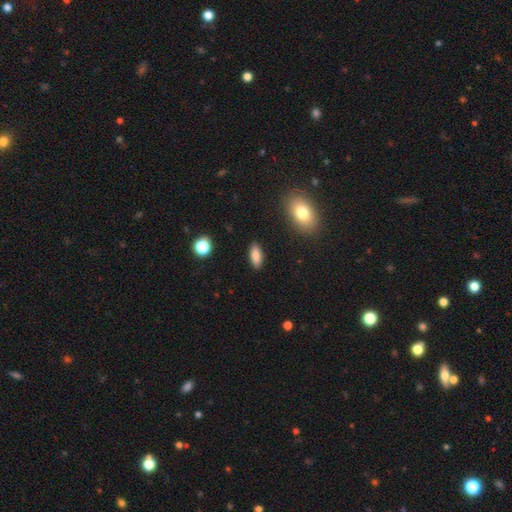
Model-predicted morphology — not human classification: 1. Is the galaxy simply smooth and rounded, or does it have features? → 86% smooth, 8% star or artifact, 7% featured or disk.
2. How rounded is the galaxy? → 82% in between, 15% cigar-shaped, 3% round.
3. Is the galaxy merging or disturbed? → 89% none, 8% minor disturbance, 2% major disturbance, 1% merger.